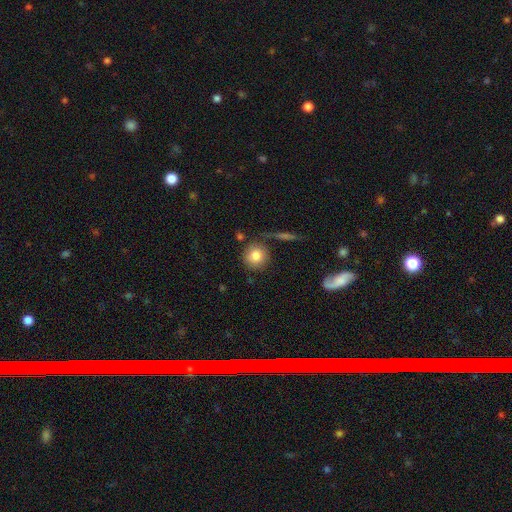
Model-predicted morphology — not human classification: type=smooth (82%); roundness=round (91%); merging=none (77%).